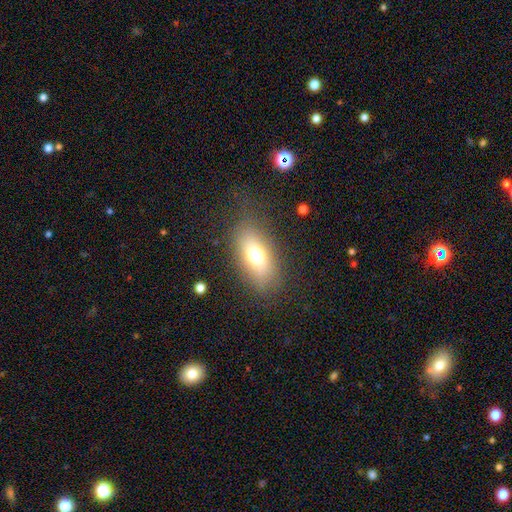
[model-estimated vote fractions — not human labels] A smooth galaxy with no disk features (70%) that is in between round and cigar-shaped (85%). Merging: none (78%).